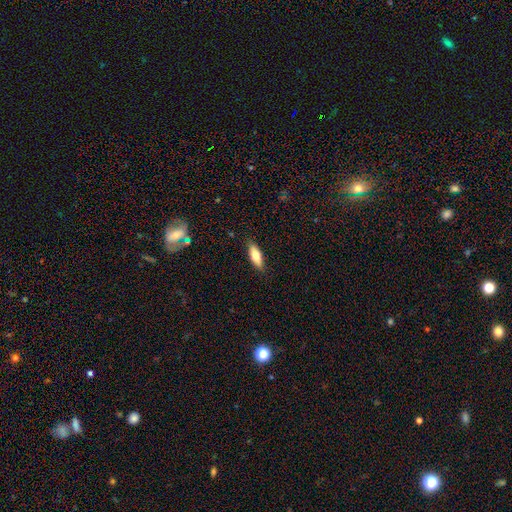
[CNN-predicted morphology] Overall: smooth (69%). How rounded: in between (63%; cigar-shaped 34%). Merging: none (88%).